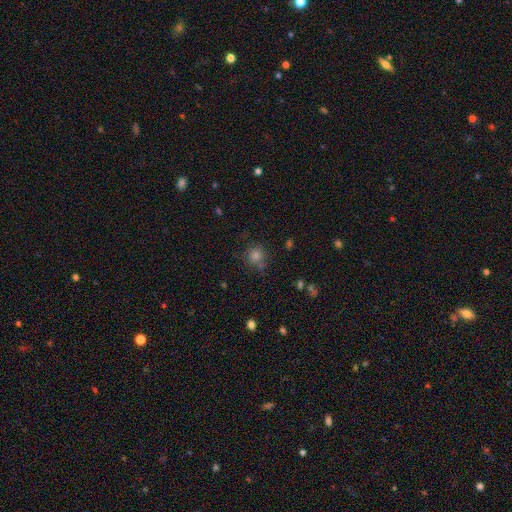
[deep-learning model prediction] smooth 69%, star or artifact 24%, featured or disk 8%. Down the decision tree: how rounded — round (92%); merging — none (79%).